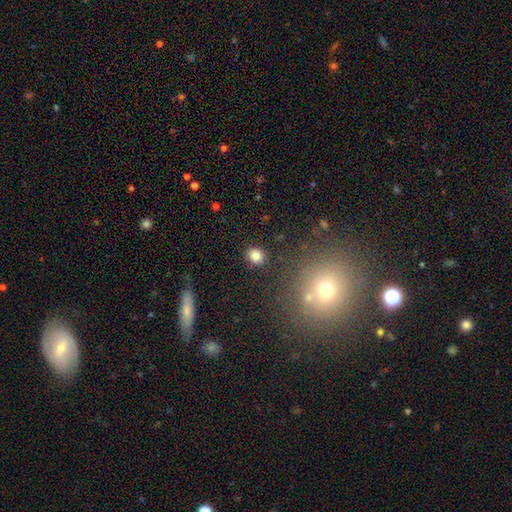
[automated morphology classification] The model was most divided on "how rounded": round: 77%, in between: 22%, cigar-shaped: 1%. More confident: merging — none (88%); smooth or featured — smooth (83%).